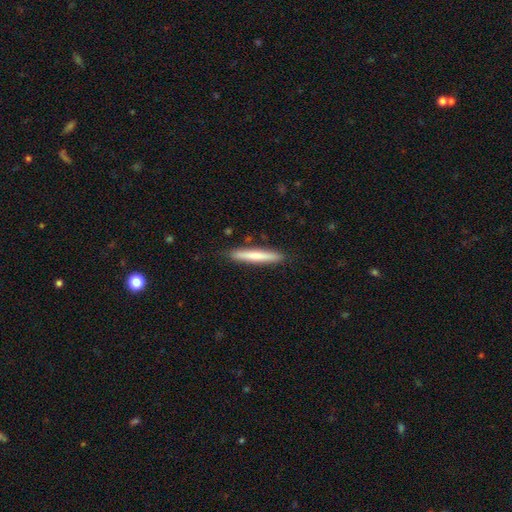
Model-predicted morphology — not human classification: smooth-or-featured: smooth: 69% | featured or disk: 25% | star or artifact: 5%
  how-rounded: cigar-shaped: 95% | in between: 4% | round: 1%
  merging: none: 89% | minor disturbance: 8% | major disturbance: 2% | merger: 1%